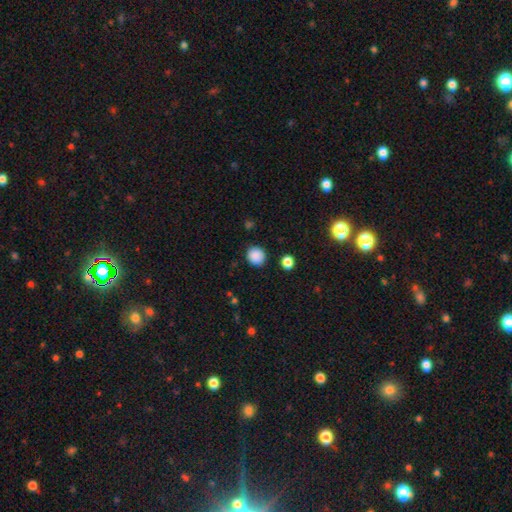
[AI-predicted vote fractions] Smooth or featured?
  - smooth: 88% *
  - star or artifact: 9%
  - featured or disk: 3%
How rounded?
  - round: 88% *
  - in between: 11%
  - cigar-shaped: 1%
Merging?
  - none: 88% *
  - minor disturbance: 8%
  - major disturbance: 2%
  - merger: 2%